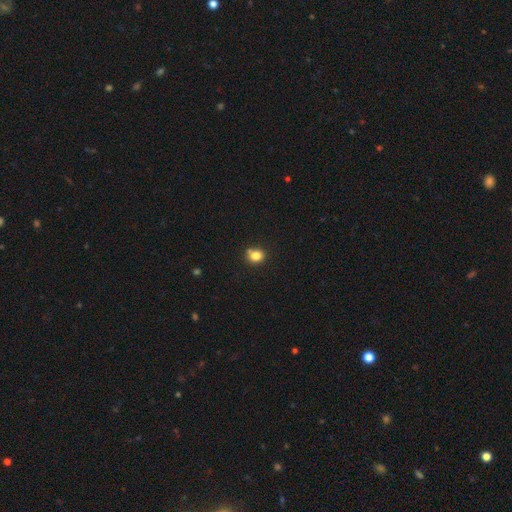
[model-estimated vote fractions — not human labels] A smooth galaxy with no disk features (81%) that is round (64%).

Vote fractions:
- Smooth or featured? smooth: 81% / star or artifact: 11% / featured or disk: 7%
- How rounded? round: 64% / in between: 36% / cigar-shaped: 1%
- Merging? none: 66% / minor disturbance: 18% / merger: 12% / major disturbance: 4%